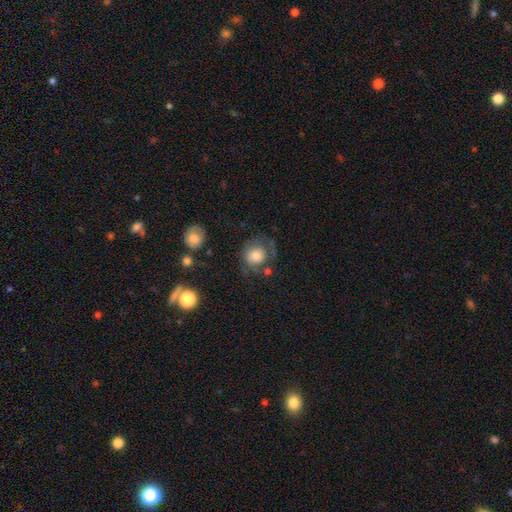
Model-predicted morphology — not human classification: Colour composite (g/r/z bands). It shows a smooth galaxy with no disk features (66%) that is round (81%). Merging: none (51%).